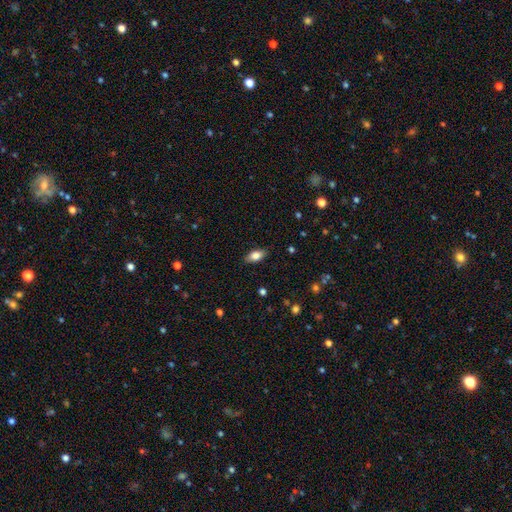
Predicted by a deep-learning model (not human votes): Smooth or featured? smooth (80%)
How rounded? in between (89%)
Merging? none (86%)